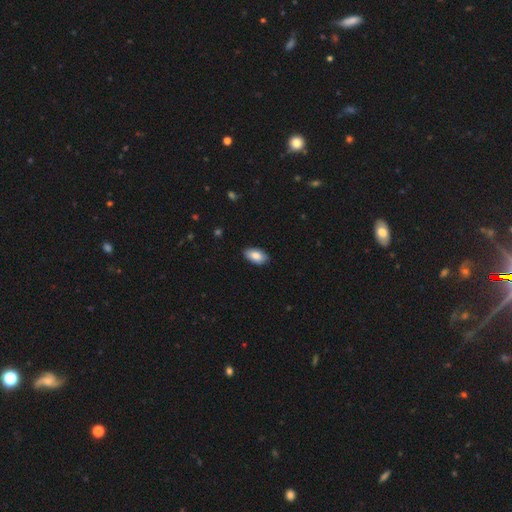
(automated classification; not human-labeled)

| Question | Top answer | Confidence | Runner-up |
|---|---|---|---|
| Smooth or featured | smooth | 85% | featured or disk (8%) |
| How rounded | in between | 94% | round (4%) |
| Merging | none | 87% | minor disturbance (10%) |